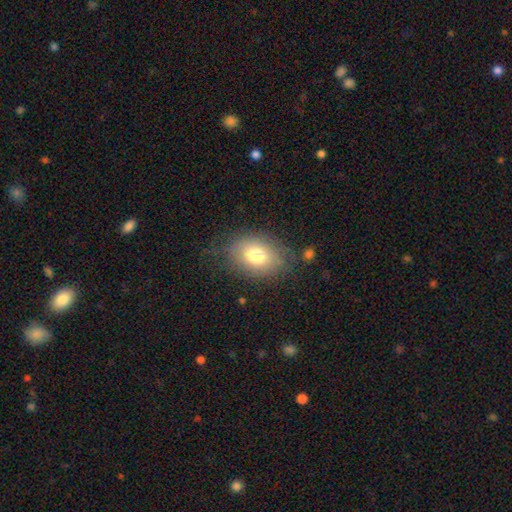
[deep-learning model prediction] Overall: smooth (75%). How rounded: in between (76%). Merging: none (72%).